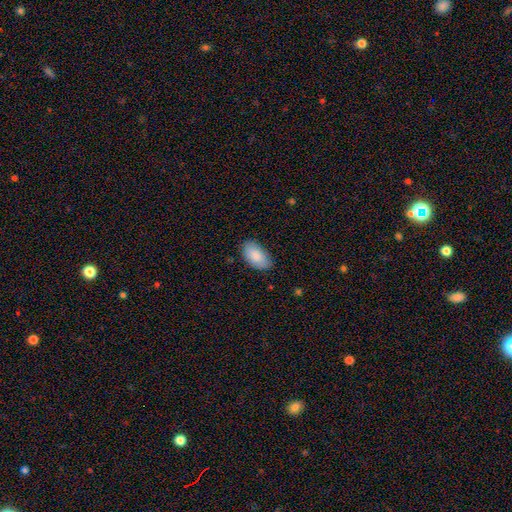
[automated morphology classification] Smooth or featured?
  - smooth: 87% *
  - featured or disk: 7%
  - star or artifact: 6%
How rounded?
  - in between: 95% *
  - round: 3%
  - cigar-shaped: 2%
Merging?
  - none: 80% *
  - minor disturbance: 16%
  - major disturbance: 3%
  - merger: 1%